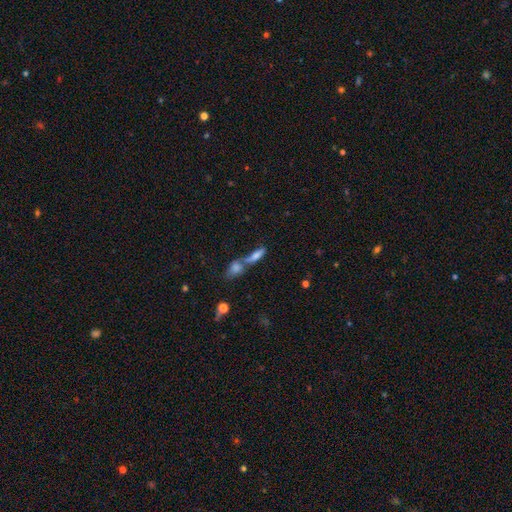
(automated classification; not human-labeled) Q: Smooth or featured?
A: smooth (68%); runner-up: featured or disk (22%)
Q: How rounded?
A: cigar-shaped (49%); runner-up: in between (47%)
Q: Merging?
A: merger (55%); runner-up: none (31%)